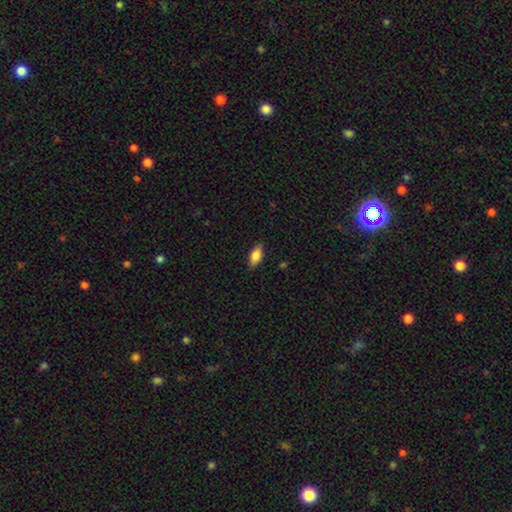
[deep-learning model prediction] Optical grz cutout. It shows a smooth galaxy with no disk features (77%) that is in between round and cigar-shaped (83%). Merging: none (85%).